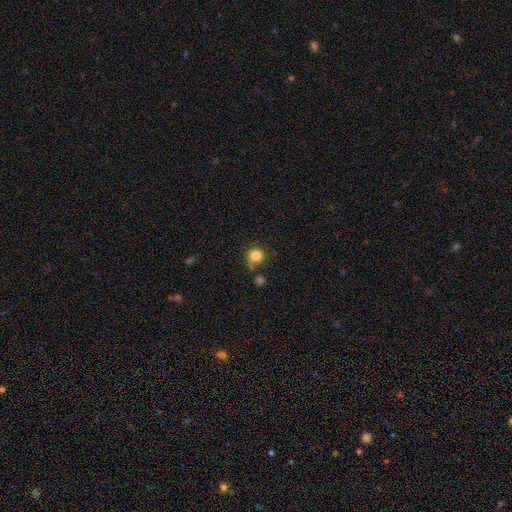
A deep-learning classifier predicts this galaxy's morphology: Smooth or featured: smooth — 82% (star or artifact — 10%)
How rounded: round — 86% (in between — 13%)
Merging: none — 53% (minor disturbance — 20%)